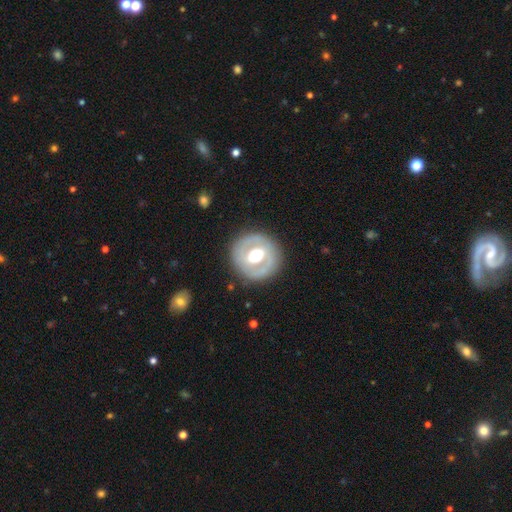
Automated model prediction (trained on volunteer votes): Q: Smooth or featured?
A: featured or disk (66%); runner-up: smooth (29%)
Q: Edge-on disk?
A: no (96%); runner-up: yes (4%)
Q: Bar?
A: weak (40%); runner-up: no (33%)
Q: Spiral arms?
A: no (57%); runner-up: yes (43%)
Q: Bulge size?
A: moderate (61%); runner-up: large (32%)
Q: Merging?
A: none (84%); runner-up: minor disturbance (10%)